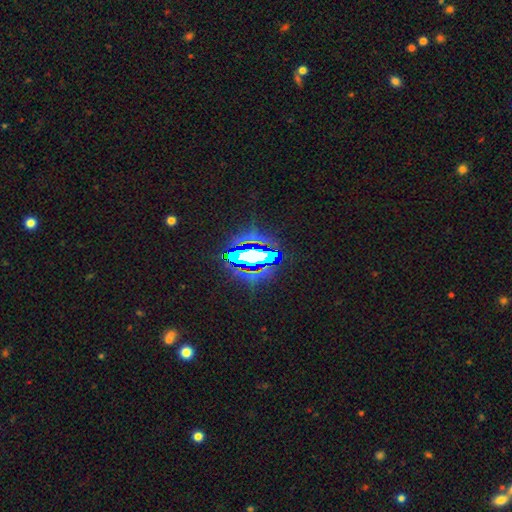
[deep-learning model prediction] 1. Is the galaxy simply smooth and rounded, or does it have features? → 62% star or artifact, 20% featured or disk, 18% smooth.